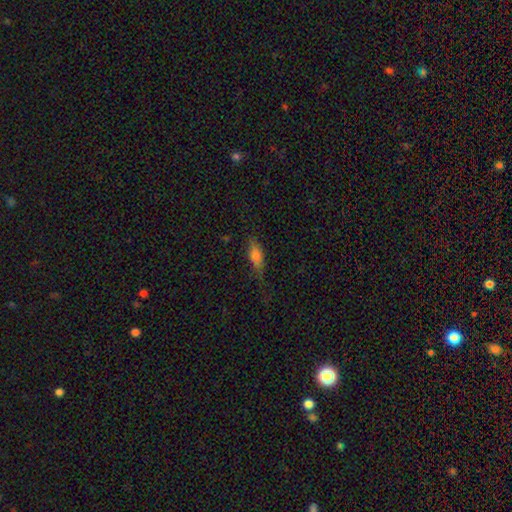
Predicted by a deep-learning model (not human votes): The model was most divided on "how rounded": in between: 67%, cigar-shaped: 30%, round: 4%. More confident: merging — none (69%); smooth or featured — smooth (69%).